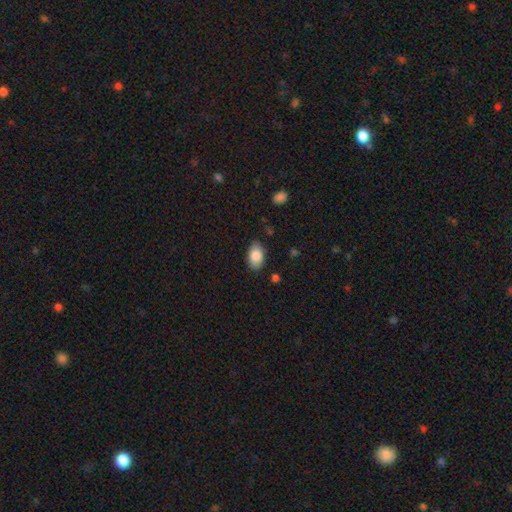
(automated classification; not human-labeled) This appears to be a smooth galaxy with no disk features (86%) that is in between round and cigar-shaped (91%). Merging: none (82%).